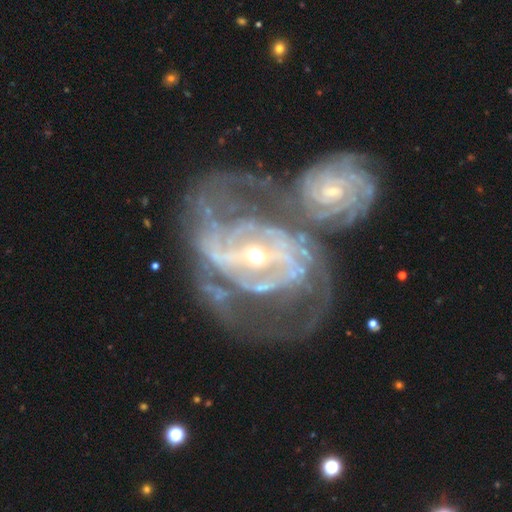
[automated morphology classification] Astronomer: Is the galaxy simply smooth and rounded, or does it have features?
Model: featured or disk — 91%.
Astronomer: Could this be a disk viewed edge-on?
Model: no — 96%.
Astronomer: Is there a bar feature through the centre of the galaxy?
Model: strong — 54% (runner-up: weak, 30%).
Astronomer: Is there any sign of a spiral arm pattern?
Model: yes — 93%.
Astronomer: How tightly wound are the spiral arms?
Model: tight — 47% (runner-up: medium, 40%).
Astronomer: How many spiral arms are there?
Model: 2 — 42% (runner-up: can't tell, 27%).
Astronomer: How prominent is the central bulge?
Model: small — 58% (runner-up: moderate, 38%).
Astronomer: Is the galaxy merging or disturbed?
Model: merger — 58%.